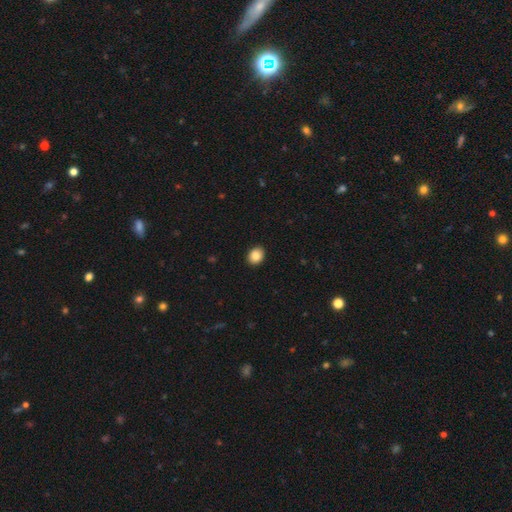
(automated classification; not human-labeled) smooth 88%, star or artifact 8%, featured or disk 4%. Down the decision tree: how rounded — round (52%); merging — none (91%).